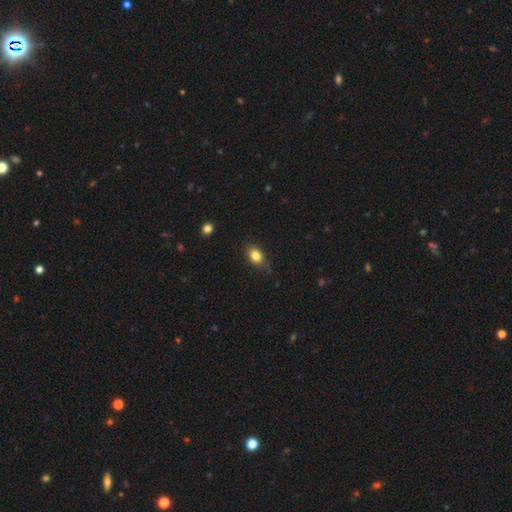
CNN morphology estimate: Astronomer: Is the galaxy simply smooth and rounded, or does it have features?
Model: smooth — 82%.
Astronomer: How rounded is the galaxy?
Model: in between — 77%.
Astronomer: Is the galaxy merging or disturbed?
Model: none — 75%.